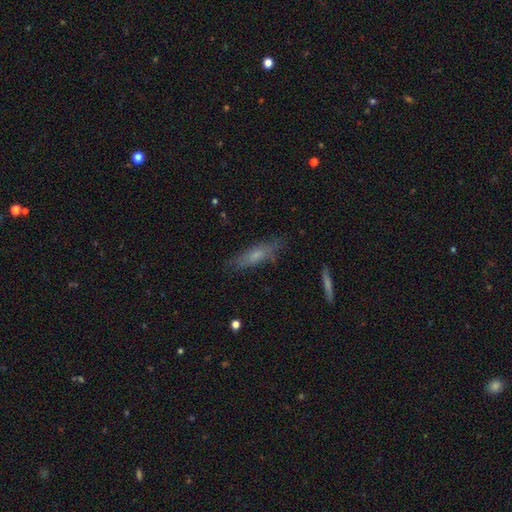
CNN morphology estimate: This is possibly a smooth galaxy (57%). How rounded: likely cigar-shaped (70%). Merging: likely none (78%).